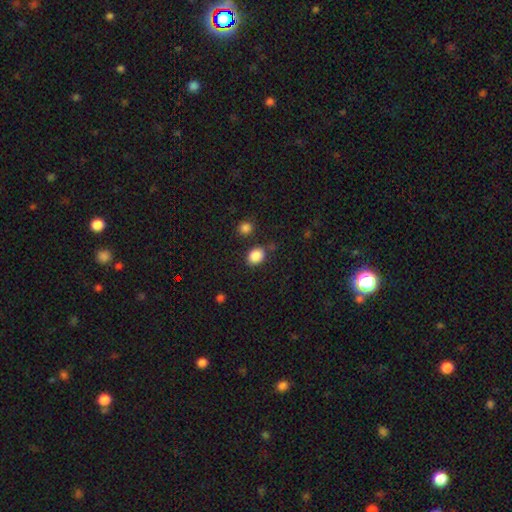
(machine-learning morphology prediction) Overall: smooth (87%). How rounded: in between (65%; round 34%). Merging: none (76%).